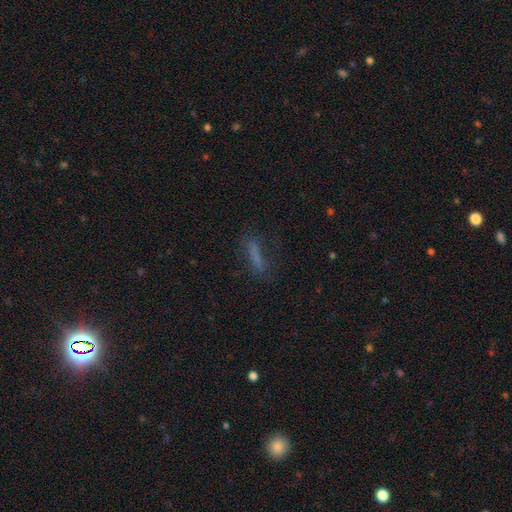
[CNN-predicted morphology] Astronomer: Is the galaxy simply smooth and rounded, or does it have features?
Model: smooth — 65%.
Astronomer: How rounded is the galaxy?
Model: cigar-shaped — 84%.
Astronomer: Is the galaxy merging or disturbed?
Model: none — 70%.